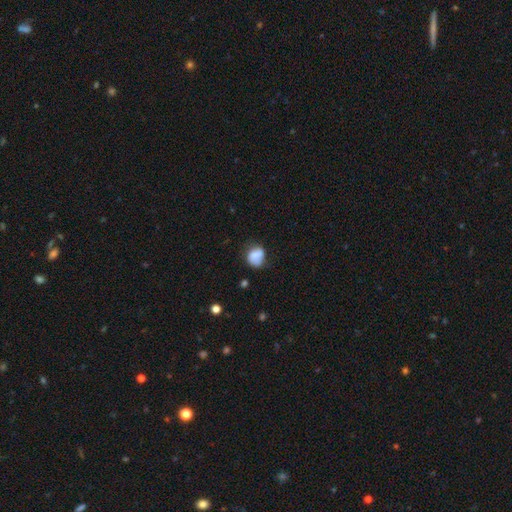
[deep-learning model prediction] smooth 75%, featured or disk 16%, star or artifact 9%. Down the decision tree: how rounded — round (61%); merging — none (53%).